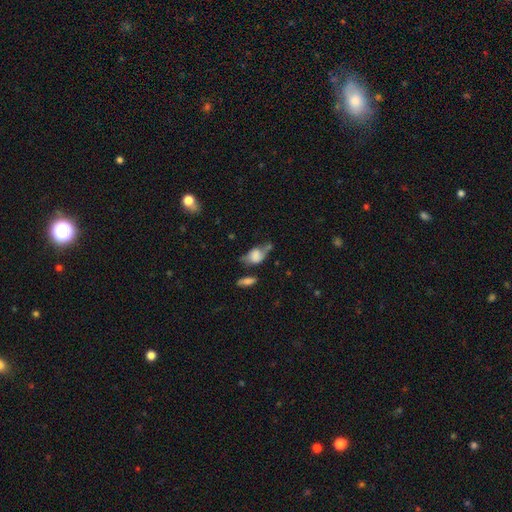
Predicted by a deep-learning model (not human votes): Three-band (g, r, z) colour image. It shows a smooth galaxy with no disk features (61%) that is in between round and cigar-shaped (80%). Merging: none (32%).